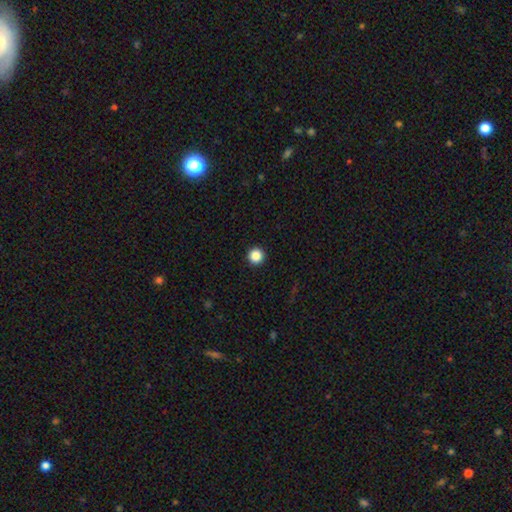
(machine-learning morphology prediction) Smooth or featured? Predicted: smooth (p=0.86). How rounded? Predicted: round (p=0.97). Merging? Predicted: none (p=0.94).